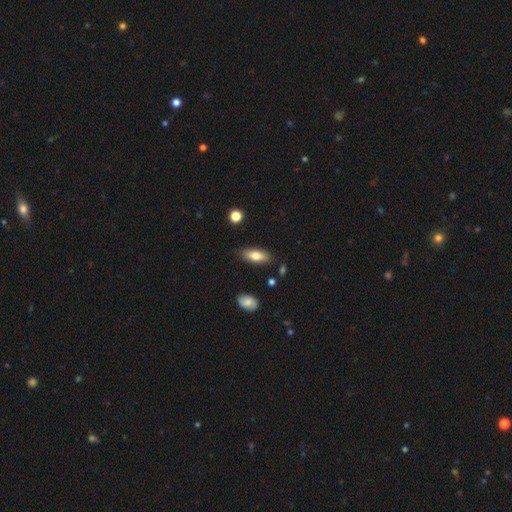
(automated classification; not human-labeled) Overall: smooth (75%). How rounded: in between (77%). Merging: none (85%).